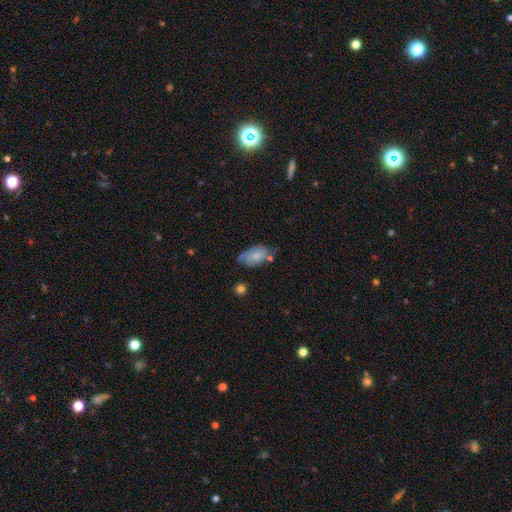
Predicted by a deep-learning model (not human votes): Smooth or featured?
  - smooth: 64% *
  - featured or disk: 29%
  - star or artifact: 7%
How rounded?
  - in between: 92% *
  - round: 5%
  - cigar-shaped: 3%
Merging?
  - none: 46% *
  - minor disturbance: 34%
  - major disturbance: 11%
  - merger: 8%